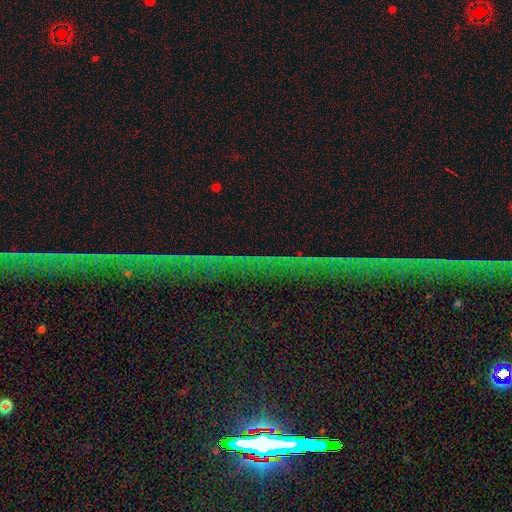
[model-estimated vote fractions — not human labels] Morphology: type=star or artifact (77%).